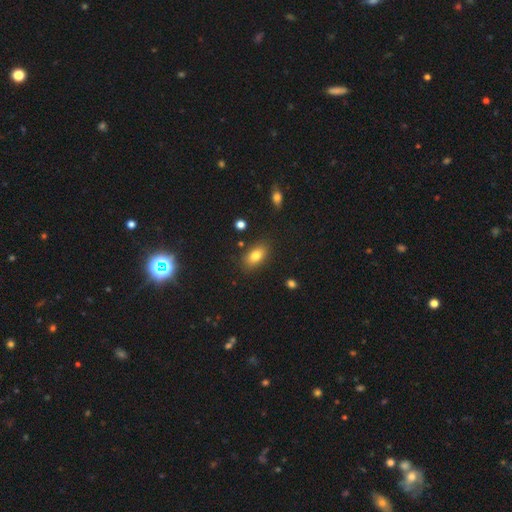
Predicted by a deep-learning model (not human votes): A smooth galaxy with no disk features (80%) that is in between round and cigar-shaped (87%). Merging: none (84%).